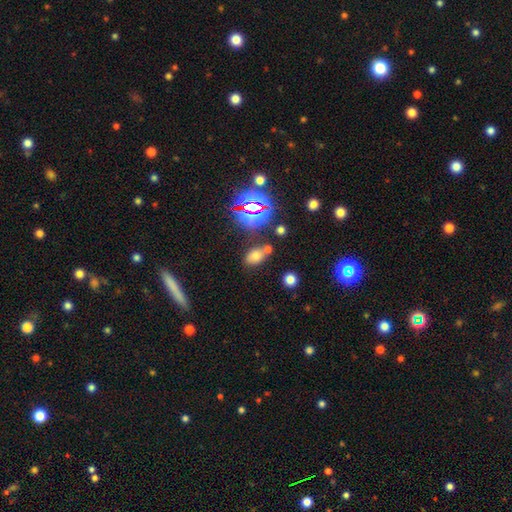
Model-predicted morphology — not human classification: The model was most divided on "smooth or featured": smooth: 63%, star or artifact: 25%, featured or disk: 12%. More confident: how rounded — in between (81%); merging — none (65%).